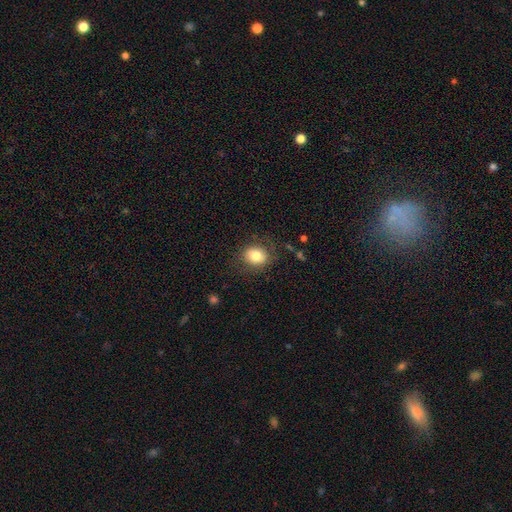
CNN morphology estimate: Q: Smooth or featured?
A: smooth (79%); runner-up: featured or disk (11%)
Q: How rounded?
A: round (60%); runner-up: in between (40%)
Q: Merging?
A: none (80%); runner-up: minor disturbance (13%)